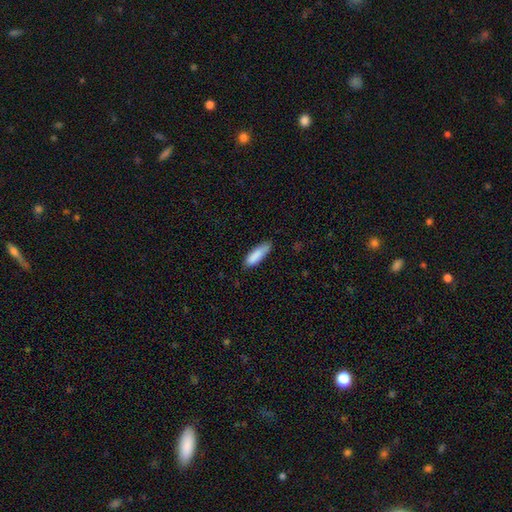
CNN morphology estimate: Smooth or featured? smooth (87%)
How rounded? cigar-shaped (52%)
Merging? none (70%)